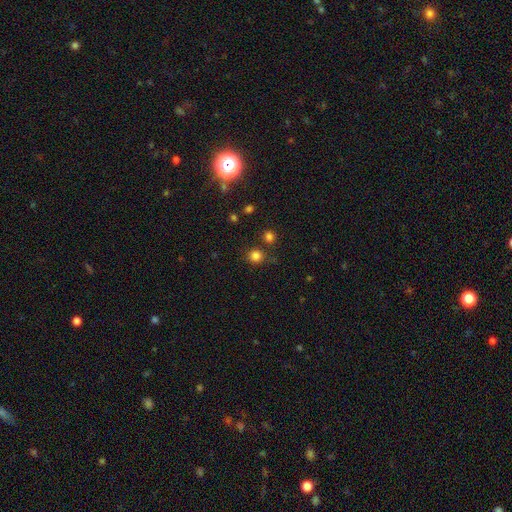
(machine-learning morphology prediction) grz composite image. It shows a smooth galaxy with no disk features (81%) that is round (89%). Merging: none (78%).